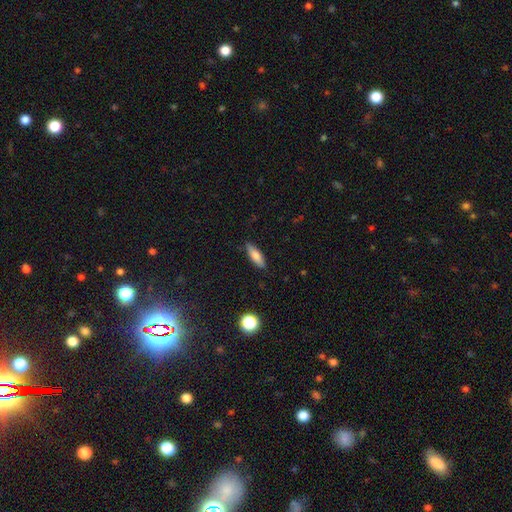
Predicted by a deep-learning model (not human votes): This is likely a smooth galaxy (77%). How rounded: possibly in between (51%). Merging: clearly none (85%).